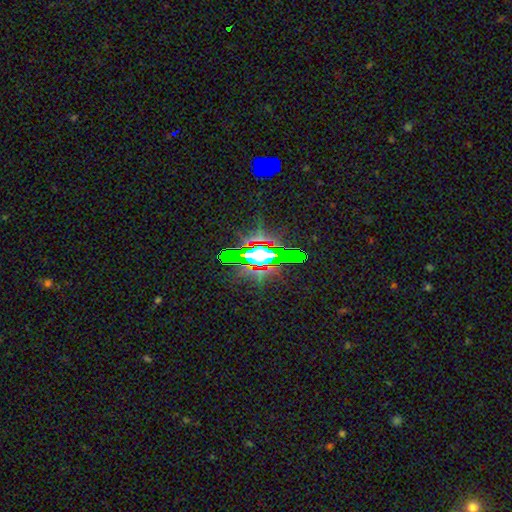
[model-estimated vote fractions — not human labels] star or artifact 68%, smooth 16%, featured or disk 15%.